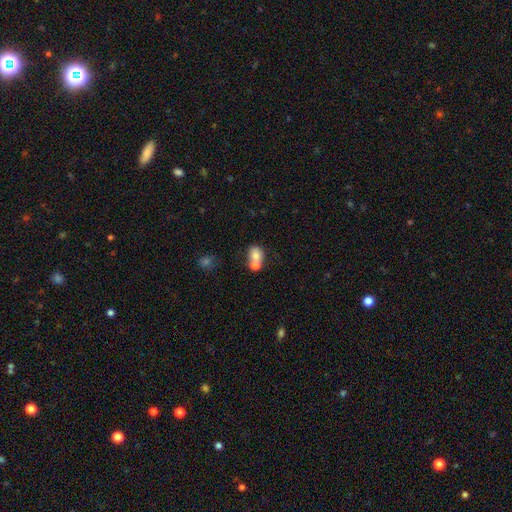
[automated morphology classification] smooth 73%, featured or disk 17%, star or artifact 10%. Down the decision tree: how rounded — round (56%); merging — merger (58%).